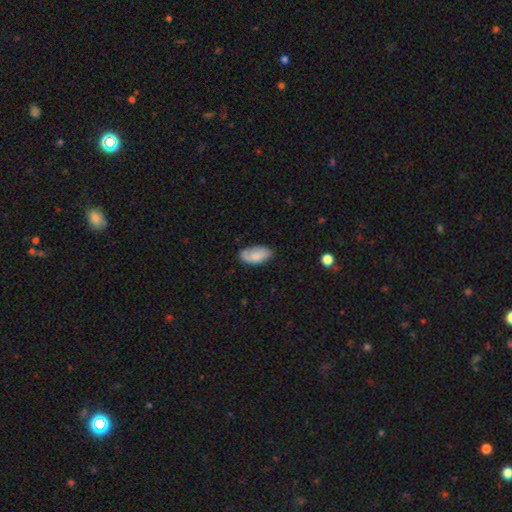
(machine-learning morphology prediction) Q: Smooth or featured?
A: smooth (76%); runner-up: featured or disk (18%)
Q: How rounded?
A: in between (94%); runner-up: cigar-shaped (4%)
Q: Merging?
A: none (68%); runner-up: minor disturbance (24%)